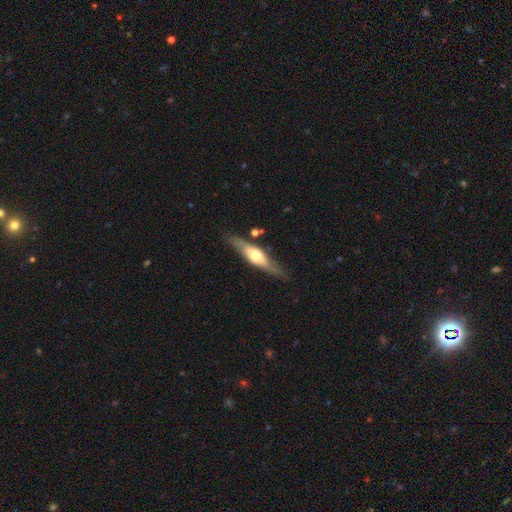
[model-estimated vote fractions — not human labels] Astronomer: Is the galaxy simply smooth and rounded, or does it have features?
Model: featured or disk — 56% (runner-up: smooth, 38%).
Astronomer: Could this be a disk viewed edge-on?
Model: yes — 81%.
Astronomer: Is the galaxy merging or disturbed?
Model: none — 78%.